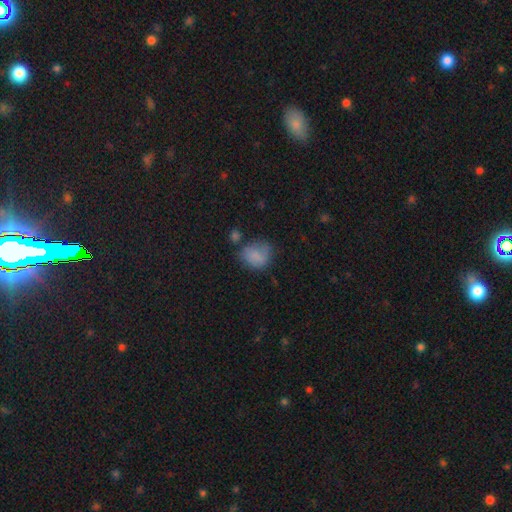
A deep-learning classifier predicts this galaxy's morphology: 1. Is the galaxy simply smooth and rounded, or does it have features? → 79% smooth, 11% featured or disk, 10% star or artifact.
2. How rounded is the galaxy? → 59% round, 40% in between, 1% cigar-shaped.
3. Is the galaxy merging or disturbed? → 49% none, 29% minor disturbance, 13% major disturbance, 9% merger.